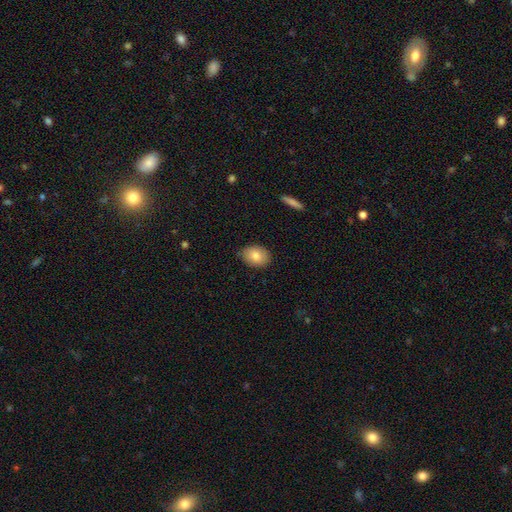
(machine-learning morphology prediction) Overall: smooth (83%). How rounded: in between (69%; round 30%). Merging: none (83%).